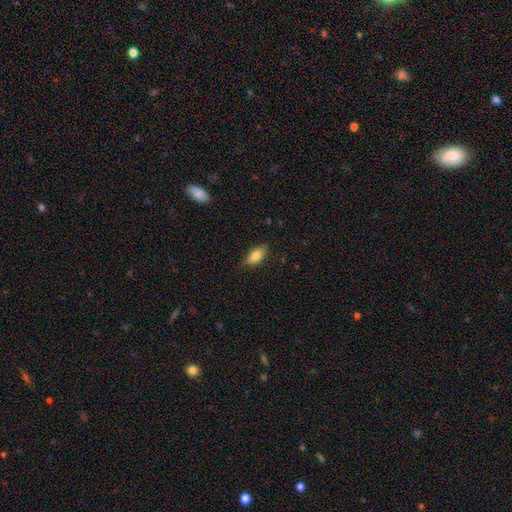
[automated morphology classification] This is clearly a smooth galaxy (83%). How rounded: clearly in between (87%). Merging: likely none (79%).